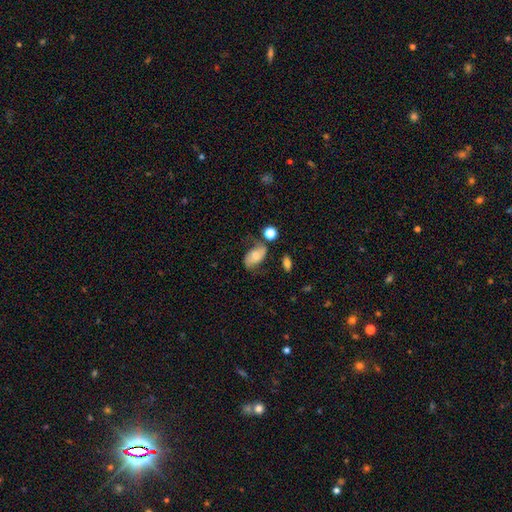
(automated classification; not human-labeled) Overall: smooth (56%; featured or disk 36%). How rounded: in between (89%). Merging: none (51%; minor disturbance 26%).